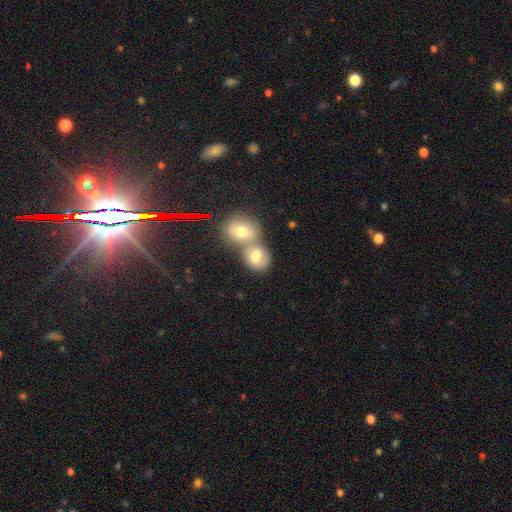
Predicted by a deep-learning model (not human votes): This is likely a smooth galaxy (65%). How rounded: likely round (62%). Merging: possibly merger (59%).